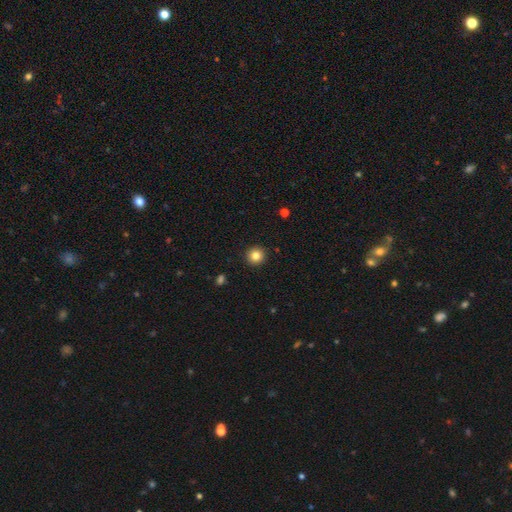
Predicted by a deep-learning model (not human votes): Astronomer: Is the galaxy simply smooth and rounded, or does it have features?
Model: smooth — 84%.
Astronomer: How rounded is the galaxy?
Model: round — 95%.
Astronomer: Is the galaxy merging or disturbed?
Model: none — 93%.